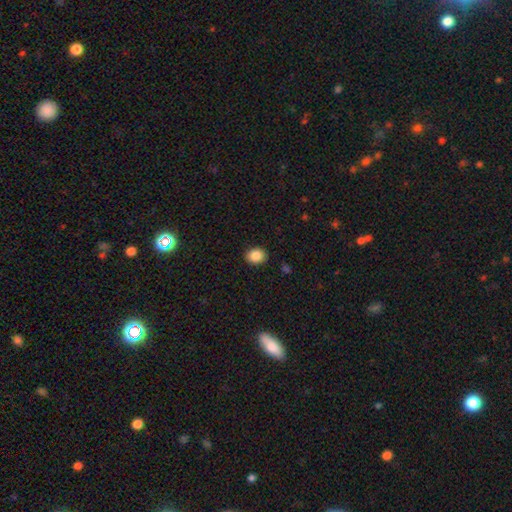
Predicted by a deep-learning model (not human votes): This is clearly a smooth galaxy (86%). How rounded: possibly round (54%). Merging: clearly none (90%).